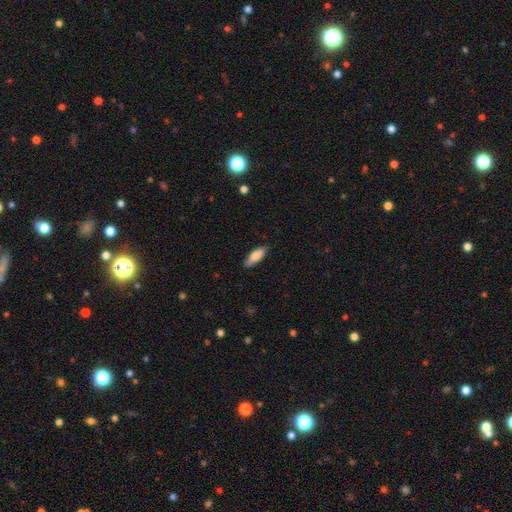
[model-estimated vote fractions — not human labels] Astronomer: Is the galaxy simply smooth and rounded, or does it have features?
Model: smooth — 80%.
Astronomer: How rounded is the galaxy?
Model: in between — 68%.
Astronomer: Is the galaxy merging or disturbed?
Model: none — 84%.